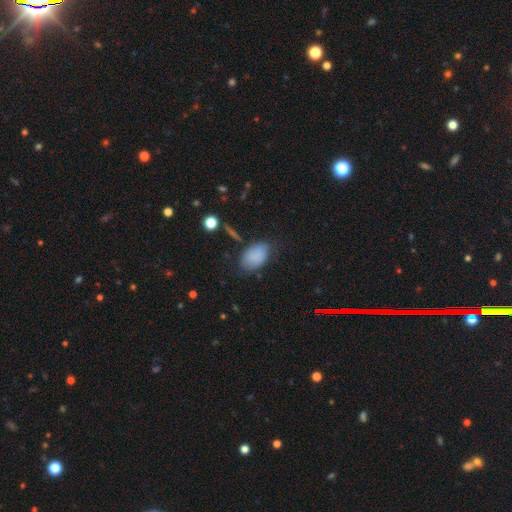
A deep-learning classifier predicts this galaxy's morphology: This is clearly a smooth galaxy (83%). How rounded: clearly in between (87%). Merging: likely none (63%).